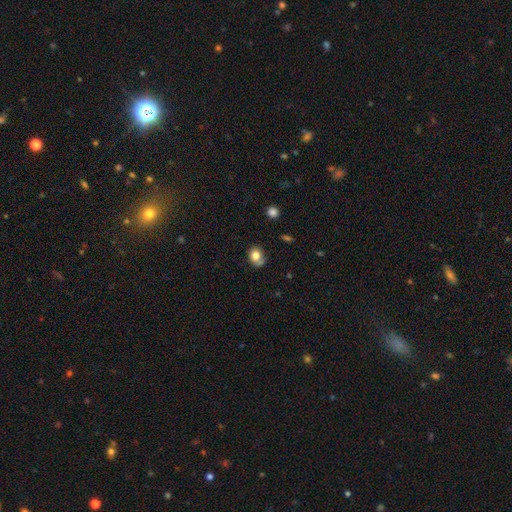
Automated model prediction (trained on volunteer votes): Smooth or featured: smooth — 79% (featured or disk — 11%)
How rounded: round — 61% (in between — 38%)
Merging: none — 55% (minor disturbance — 25%)